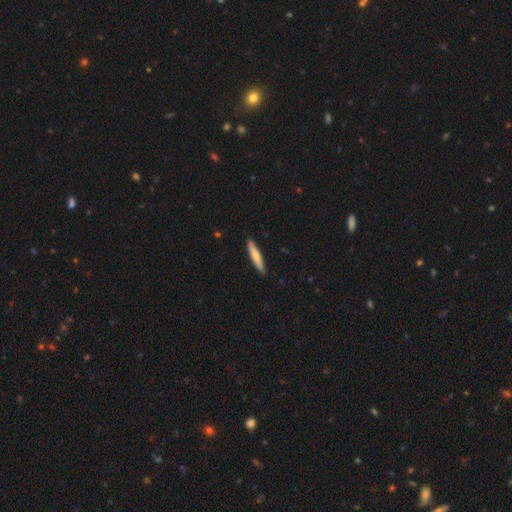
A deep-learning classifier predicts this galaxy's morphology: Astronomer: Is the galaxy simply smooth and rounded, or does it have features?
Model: smooth — 69%.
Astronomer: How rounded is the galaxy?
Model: cigar-shaped — 89%.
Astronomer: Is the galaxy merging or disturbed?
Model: none — 89%.